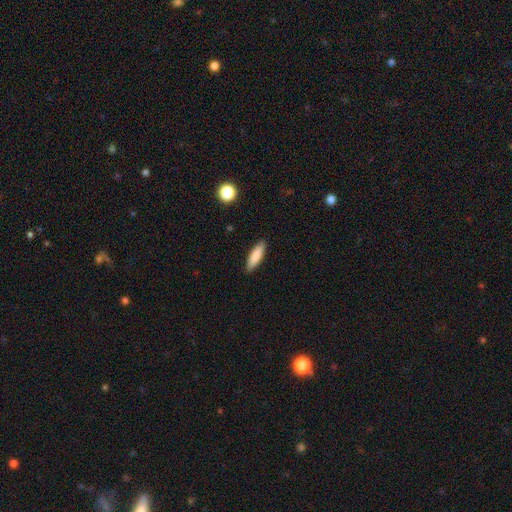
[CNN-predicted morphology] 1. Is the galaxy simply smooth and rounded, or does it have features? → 84% smooth, 10% featured or disk, 6% star or artifact.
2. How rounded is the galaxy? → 60% cigar-shaped, 39% in between, 2% round.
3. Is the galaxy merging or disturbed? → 88% none, 9% minor disturbance, 2% major disturbance, 1% merger.